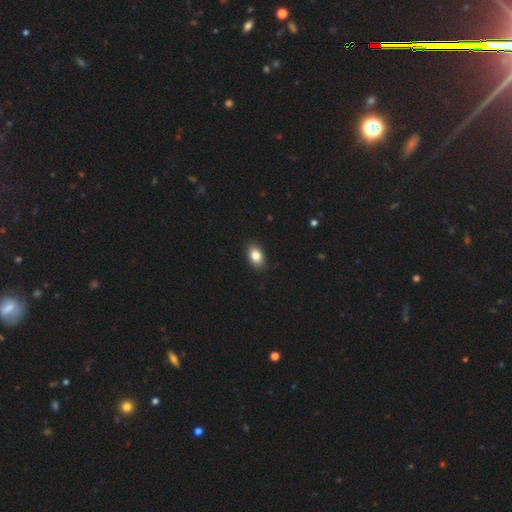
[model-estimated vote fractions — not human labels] smooth_or_featured: smooth (p=0.84) [alt: featured or disk p=0.08]
how_rounded: in between (p=0.89) [alt: round p=0.09]
merging: none (p=0.89) [alt: minor disturbance p=0.08]